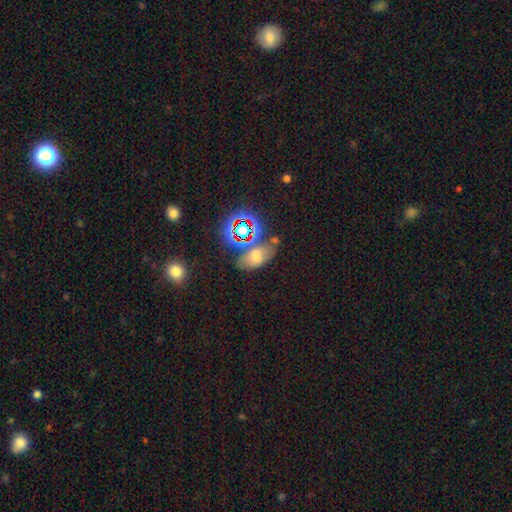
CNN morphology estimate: Overall: smooth (54%; star or artifact 29%). How rounded: in between (87%). Merging: none (58%; minor disturbance 20%).